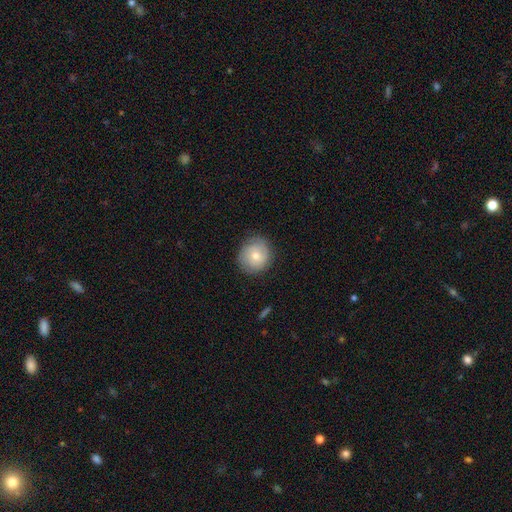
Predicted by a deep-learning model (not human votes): smooth_or_featured: smooth (p=0.67) [alt: featured or disk p=0.25]
how_rounded: round (p=0.90) [alt: in between p=0.09]
merging: none (p=0.83) [alt: minor disturbance p=0.13]